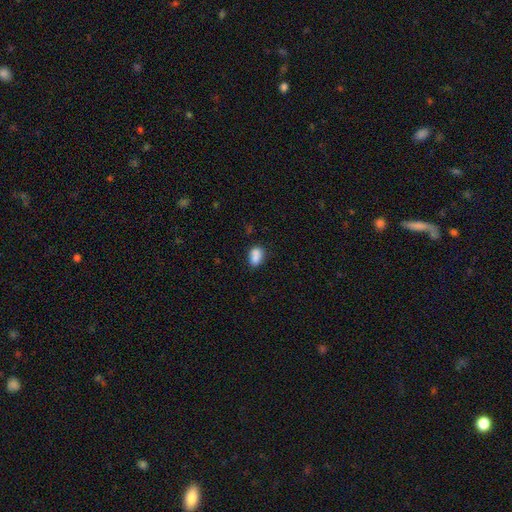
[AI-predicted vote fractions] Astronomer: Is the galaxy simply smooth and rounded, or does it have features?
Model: smooth — 81%.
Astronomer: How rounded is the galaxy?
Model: in between — 79%.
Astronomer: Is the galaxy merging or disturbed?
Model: none — 48% (runner-up: merger, 27%).